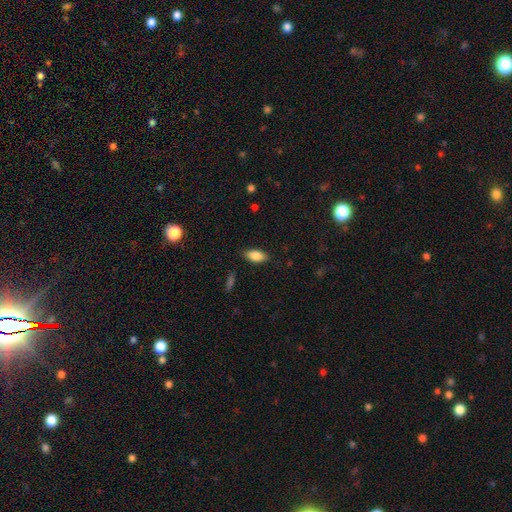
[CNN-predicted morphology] smooth-or-featured: smooth: 84% | featured or disk: 9% | star or artifact: 7%
  how-rounded: in between: 90% | cigar-shaped: 7% | round: 3%
  merging: none: 85% | minor disturbance: 11% | major disturbance: 3% | merger: 1%